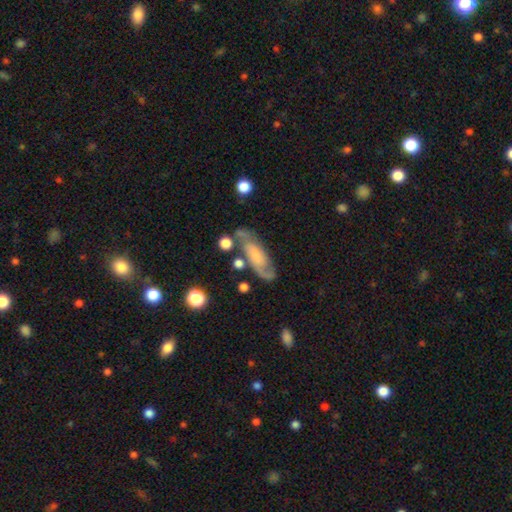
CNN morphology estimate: Smooth or featured? featured or disk (68%)
Edge-on disk? no (89%)
Bar? no (55%)
Spiral arms? yes (91%)
Spiral winding? medium (47%)
Spiral arm count? 2 (79%)
Bulge size? none (37%)
Merging? none (61%)